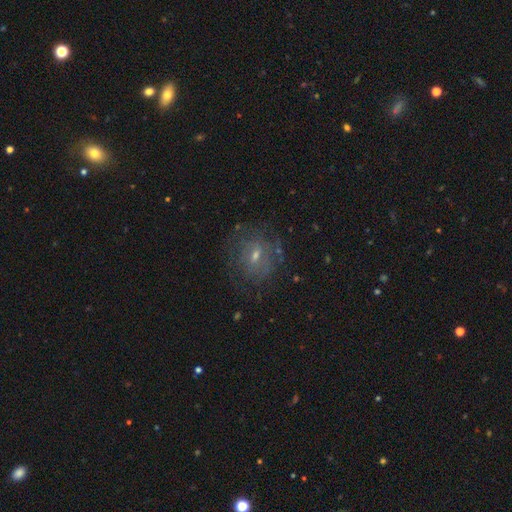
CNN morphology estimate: A featured or disk galaxy (54%) with a weak bar (47%), spiral arms (52%) and a small central bulge (51%).

Vote fractions:
- Smooth or featured? featured or disk: 54% / smooth: 33% / star or artifact: 13%
- Edge-on disk? no: 95% / yes: 5%
- Bar? weak: 47% / no: 42% / strong: 11%
- Spiral arms? yes: 52% / no: 48%
- Bulge size? small: 51% / moderate: 42% / none: 3% / large: 2% / dominant: 1%
- Merging? none: 67% / minor disturbance: 18% / major disturbance: 13% / merger: 2%